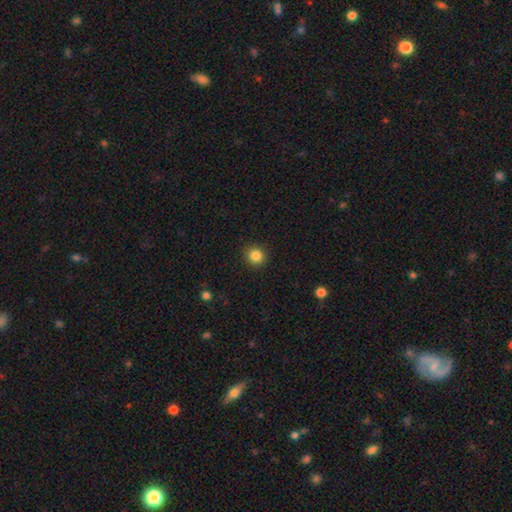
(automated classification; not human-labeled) This appears to be a smooth galaxy with no disk features (85%) that is round (90%). Merging: none (91%).